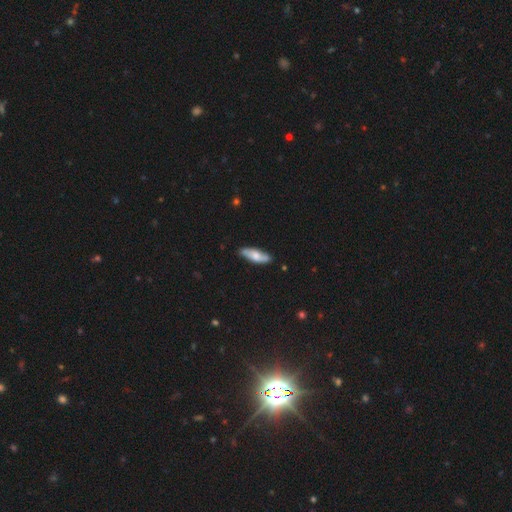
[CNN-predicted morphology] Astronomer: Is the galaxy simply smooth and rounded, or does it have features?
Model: smooth — 59% (runner-up: featured or disk, 35%).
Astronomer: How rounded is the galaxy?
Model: in between — 52% (runner-up: cigar-shaped, 46%).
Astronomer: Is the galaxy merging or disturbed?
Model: none — 83%.